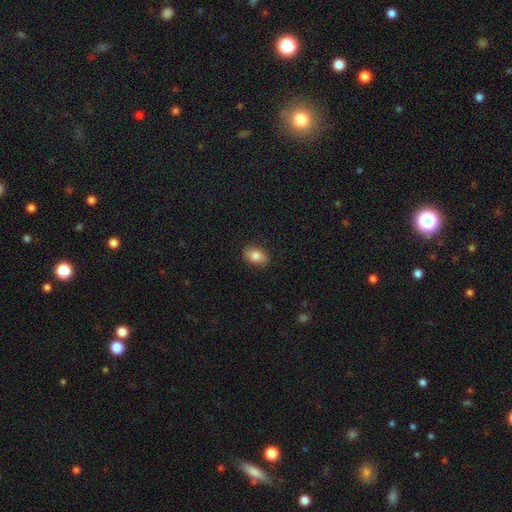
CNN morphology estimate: Smooth or featured: smooth — 81% (featured or disk — 11%)
How rounded: in between — 80% (round — 19%)
Merging: none — 85% (minor disturbance — 12%)